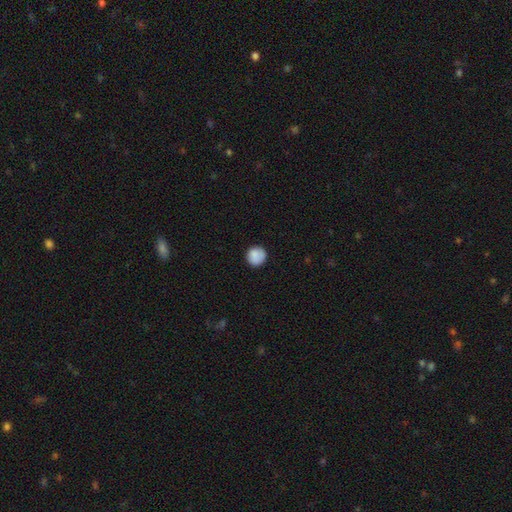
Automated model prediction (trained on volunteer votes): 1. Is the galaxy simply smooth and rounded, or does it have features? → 87% smooth, 8% star or artifact, 5% featured or disk.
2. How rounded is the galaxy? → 93% round, 6% in between, 1% cigar-shaped.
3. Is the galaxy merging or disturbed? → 86% none, 10% minor disturbance, 2% major disturbance, 1% merger.